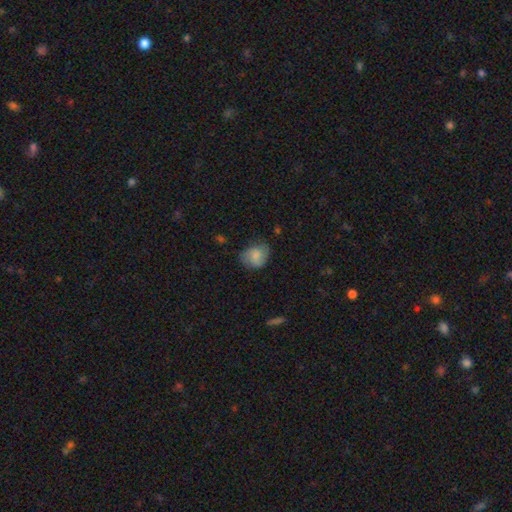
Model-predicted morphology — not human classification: Smooth or featured?
  - smooth: 75% *
  - featured or disk: 17%
  - star or artifact: 8%
How rounded?
  - round: 55% *
  - in between: 44%
  - cigar-shaped: 1%
Merging?
  - none: 60% *
  - minor disturbance: 29%
  - major disturbance: 9%
  - merger: 1%